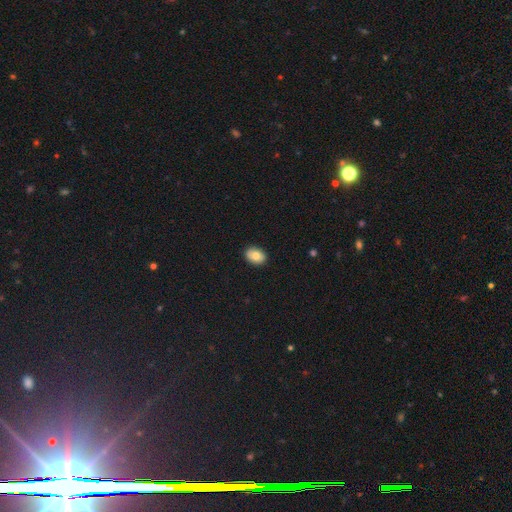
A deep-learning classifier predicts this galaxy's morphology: Smooth or featured? Predicted: smooth (p=0.78). How rounded? Predicted: in between (p=0.76). Merging? Predicted: none (p=0.89).